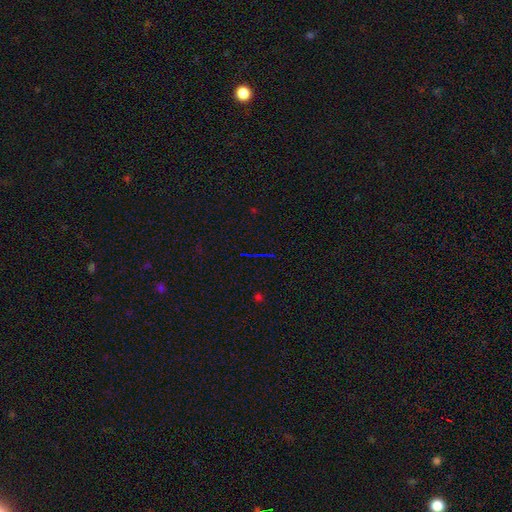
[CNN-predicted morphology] This is likely a star or artifact rather than a galaxy (73%).